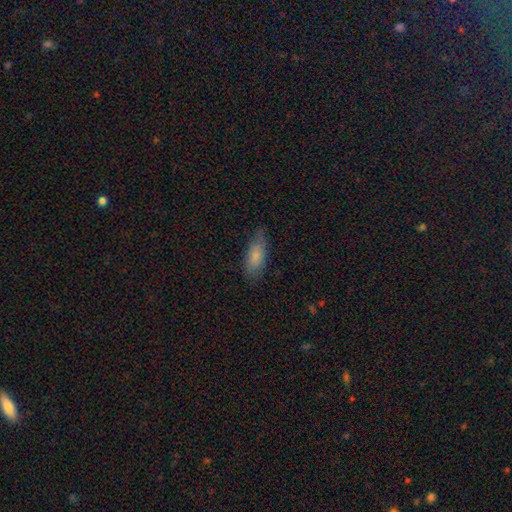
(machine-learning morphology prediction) A smooth galaxy with no disk features (78%) that is in between round and cigar-shaped (76%). Merging: none (70%).